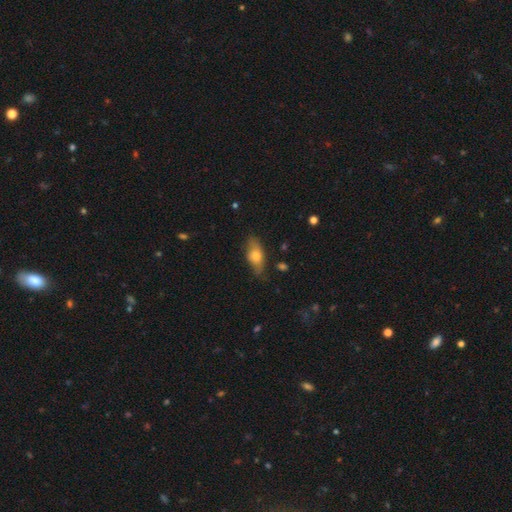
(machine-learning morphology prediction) Smooth or featured: smooth — 66% (featured or disk — 27%)
How rounded: in between — 78% (cigar-shaped — 16%)
Merging: none — 71% (minor disturbance — 22%)